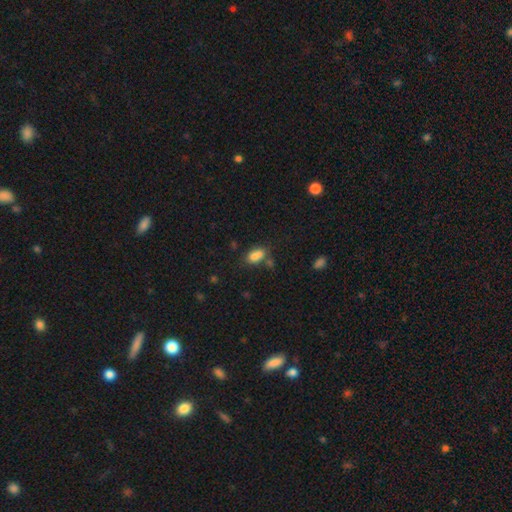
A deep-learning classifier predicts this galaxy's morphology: This is likely a smooth galaxy (75%). How rounded: likely in between (76%). Merging: marginally merger (44%).